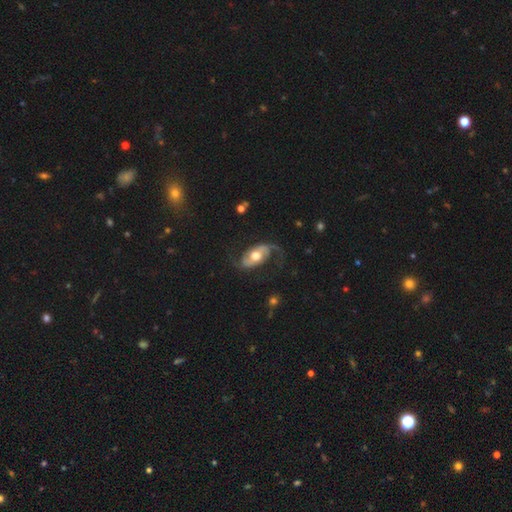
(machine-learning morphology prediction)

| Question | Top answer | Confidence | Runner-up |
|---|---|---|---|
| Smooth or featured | featured or disk | 79% | smooth (16%) |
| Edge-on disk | no | 95% | yes (5%) |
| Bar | no | 51% | weak (31%) |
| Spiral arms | yes | 91% | no (9%) |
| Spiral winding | loose | 58% | medium (32%) |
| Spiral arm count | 2 | 87% | 1 (6%) |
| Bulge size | moderate | 68% | large (21%) |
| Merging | none | 61% | major disturbance (20%) |